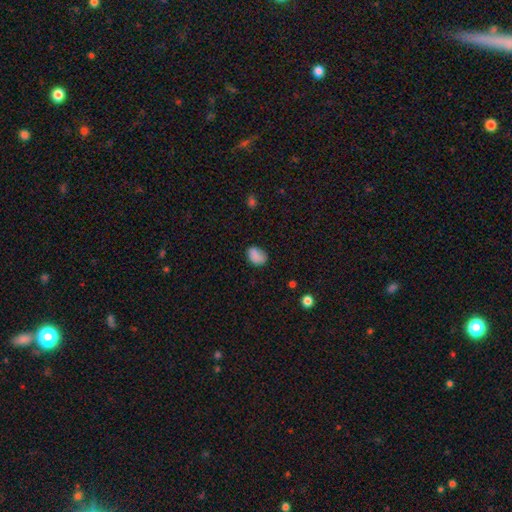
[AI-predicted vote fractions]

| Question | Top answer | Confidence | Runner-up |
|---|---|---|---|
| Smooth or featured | smooth | 84% | star or artifact (10%) |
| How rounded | in between | 76% | round (23%) |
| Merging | none | 69% | minor disturbance (23%) |